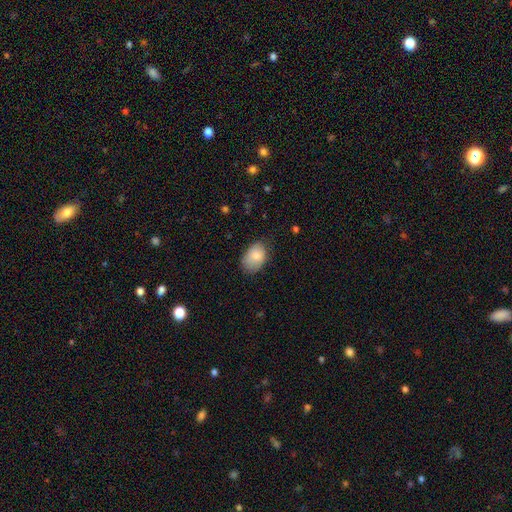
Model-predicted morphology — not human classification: A smooth galaxy with no disk features (81%) that is in between round and cigar-shaped (83%). Merging: none (68%).